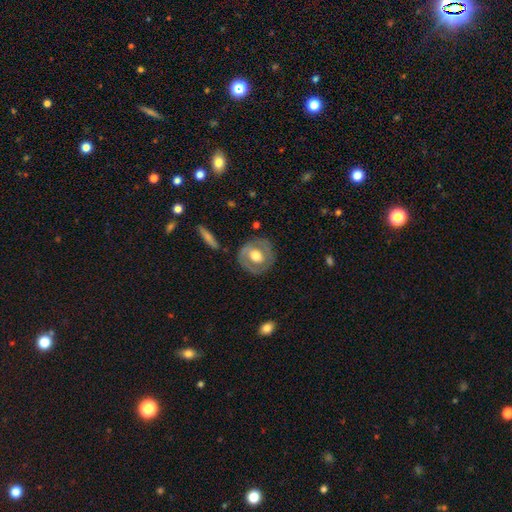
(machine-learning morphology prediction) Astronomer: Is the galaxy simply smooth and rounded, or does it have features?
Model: featured or disk — 55% (runner-up: smooth, 39%).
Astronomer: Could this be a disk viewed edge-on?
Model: no — 94%.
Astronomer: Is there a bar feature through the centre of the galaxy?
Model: no — 66%.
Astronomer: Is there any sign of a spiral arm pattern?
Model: no — 60% (runner-up: yes, 40%).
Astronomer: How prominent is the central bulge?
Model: moderate — 60%.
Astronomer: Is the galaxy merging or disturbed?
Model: none — 79%.